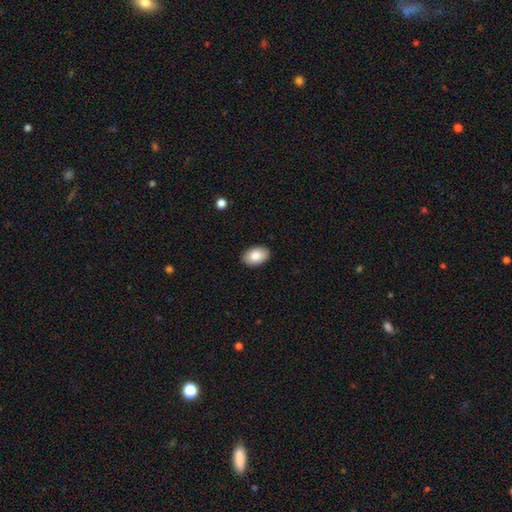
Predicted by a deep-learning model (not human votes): Q: Smooth or featured?
A: smooth (85%); runner-up: featured or disk (8%)
Q: How rounded?
A: in between (90%); runner-up: round (9%)
Q: Merging?
A: none (89%); runner-up: minor disturbance (8%)